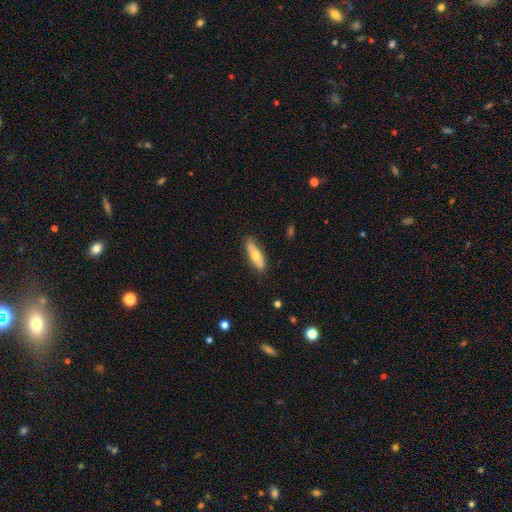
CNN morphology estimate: type=smooth (58%); roundness=in between (55%); merging=none (80%).